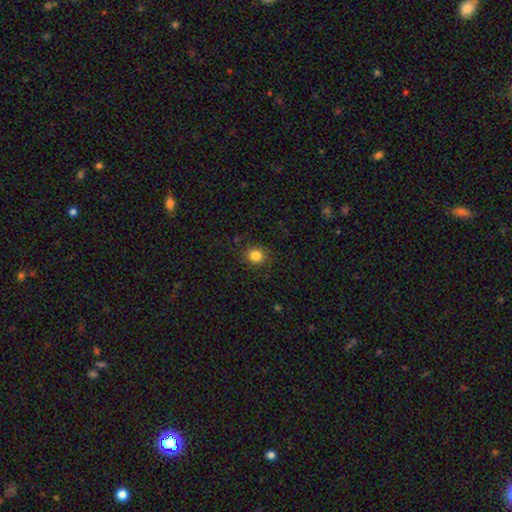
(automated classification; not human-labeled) Smooth or featured: smooth — 84% (star or artifact — 11%)
How rounded: round — 87% (in between — 12%)
Merging: none — 88% (minor disturbance — 9%)